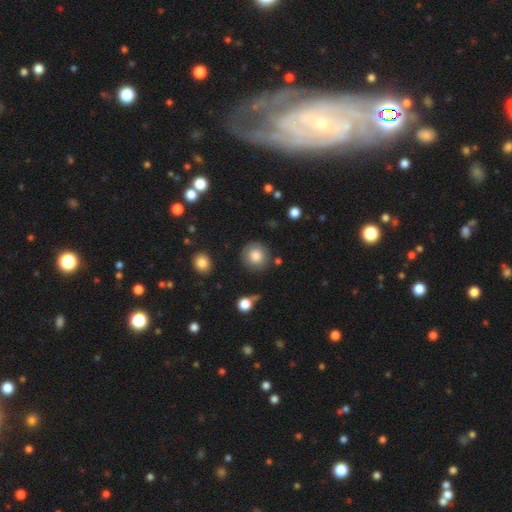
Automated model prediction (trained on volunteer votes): Smooth or featured? Predicted: smooth (p=0.82). How rounded? Predicted: round (p=0.91). Merging? Predicted: none (p=0.82).